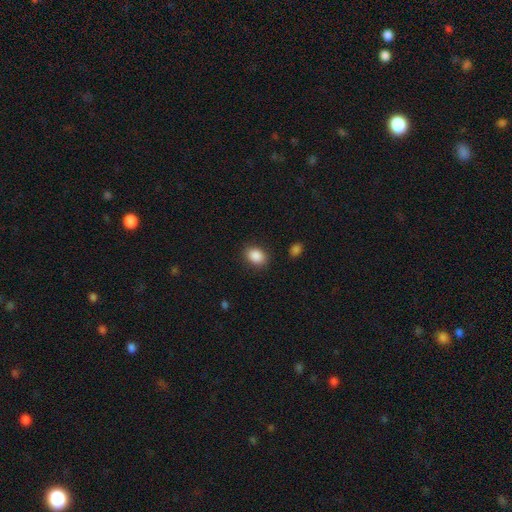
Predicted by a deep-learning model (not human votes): Smooth or featured: smooth — 88% (star or artifact — 8%)
How rounded: in between — 73% (round — 26%)
Merging: none — 86% (minor disturbance — 9%)